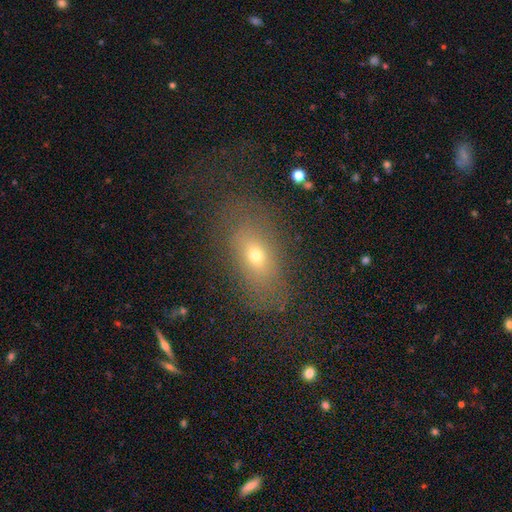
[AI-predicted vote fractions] Overall: smooth (56%; featured or disk 28%). How rounded: in between (77%). Merging: none (61%).